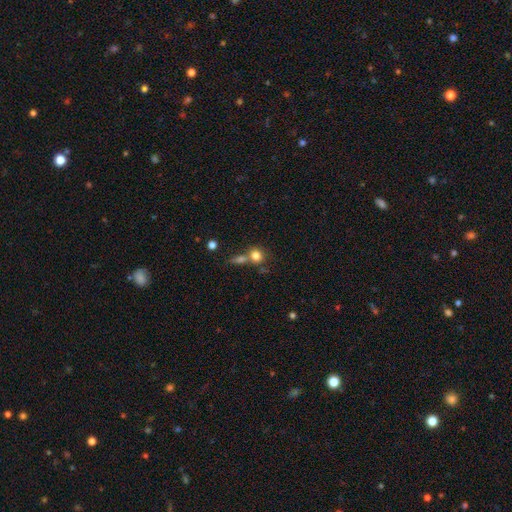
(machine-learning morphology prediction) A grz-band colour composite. It shows a smooth galaxy with no disk features (80%) that is round (76%). Merging: none (47%).